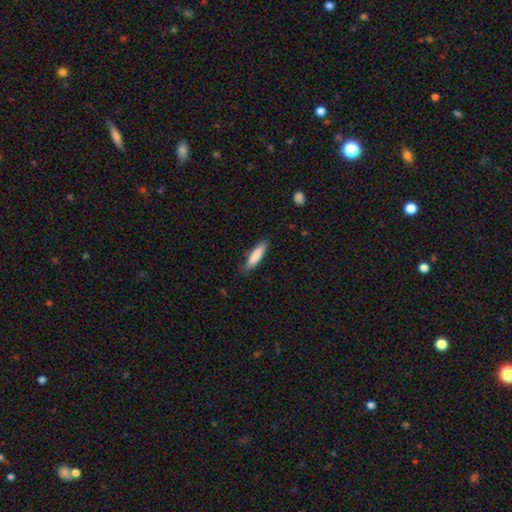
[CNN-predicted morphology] Q: Smooth or featured?
A: smooth (84%); runner-up: featured or disk (11%)
Q: How rounded?
A: cigar-shaped (76%); runner-up: in between (23%)
Q: Merging?
A: none (82%); runner-up: minor disturbance (14%)